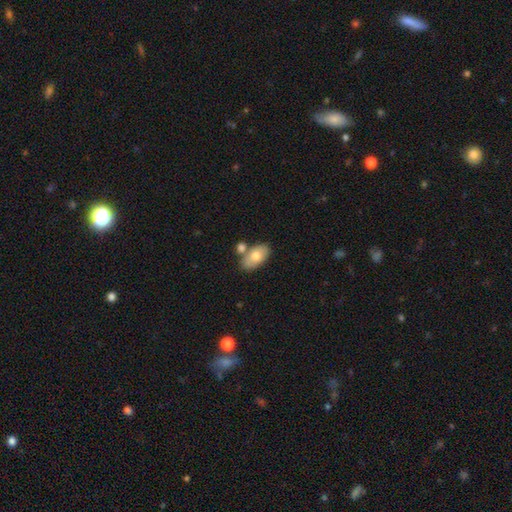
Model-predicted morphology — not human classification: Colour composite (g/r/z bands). It shows a smooth galaxy with no disk features (73%) that is in between round and cigar-shaped (93%). Merging: none (58%).